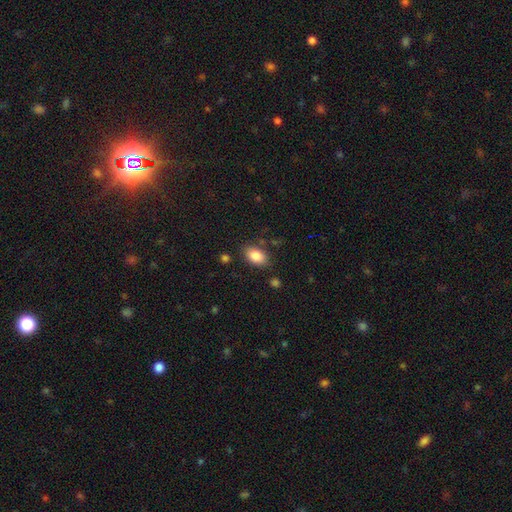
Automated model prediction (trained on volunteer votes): The model was most divided on "merging": none: 82%, minor disturbance: 12%, major disturbance: 3%, merger: 3%. More confident: how rounded — in between (89%); smooth or featured — smooth (85%).